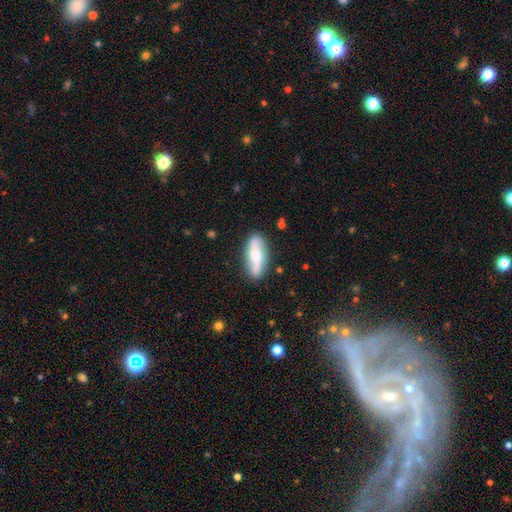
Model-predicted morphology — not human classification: A featured or disk galaxy (53%). Merging: none (84%).